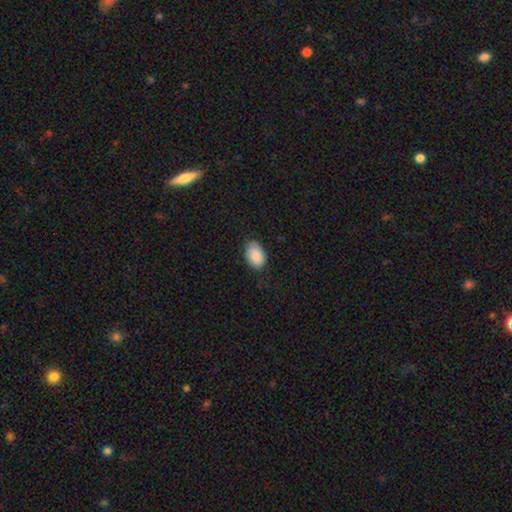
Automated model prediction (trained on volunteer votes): Smooth or featured: smooth — 85% (featured or disk — 8%)
How rounded: in between — 89% (round — 10%)
Merging: none — 73% (minor disturbance — 22%)